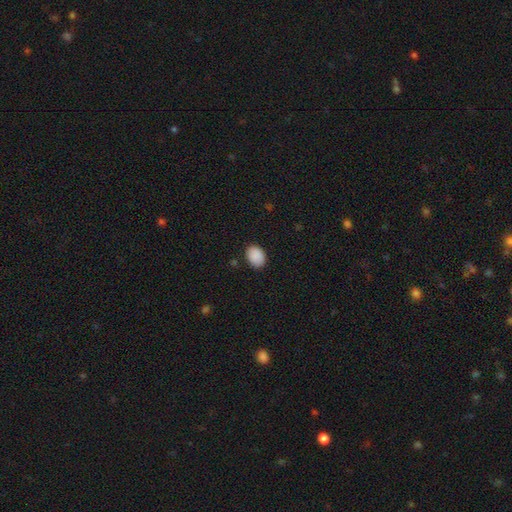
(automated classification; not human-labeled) Smooth or featured?
  - smooth: 90% *
  - star or artifact: 7%
  - featured or disk: 2%
How rounded?
  - in between: 73% *
  - round: 26%
  - cigar-shaped: 1%
Merging?
  - none: 87% *
  - minor disturbance: 10%
  - major disturbance: 2%
  - merger: 1%